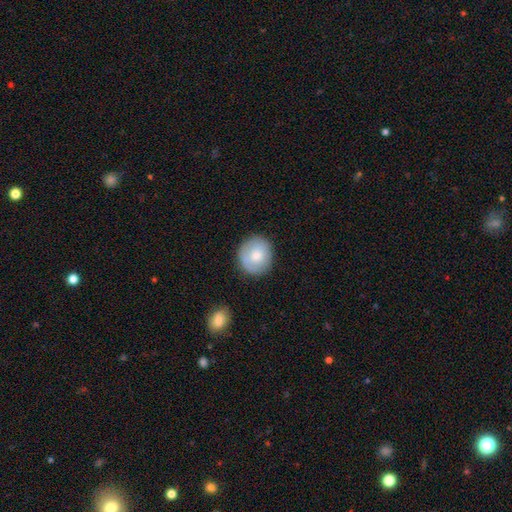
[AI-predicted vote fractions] smooth-or-featured: smooth: 75% | featured or disk: 19% | star or artifact: 7%
  how-rounded: round: 85% | in between: 14% | cigar-shaped: 1%
  merging: none: 83% | minor disturbance: 13% | major disturbance: 3% | merger: 2%